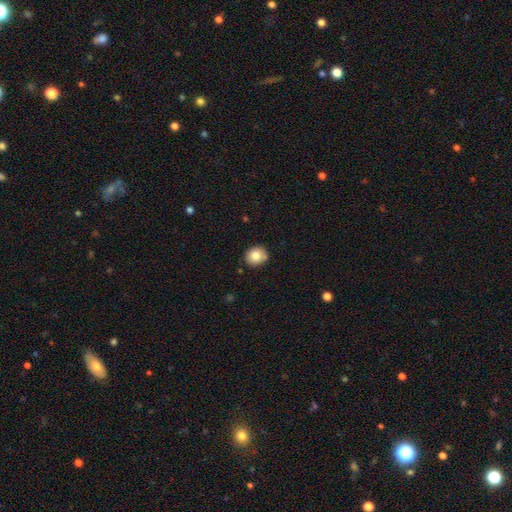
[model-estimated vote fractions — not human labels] This is clearly a smooth galaxy (80%). How rounded: likely round (76%). Merging: clearly none (85%).